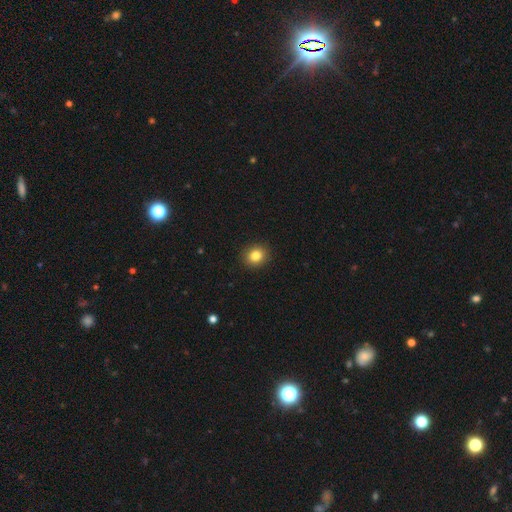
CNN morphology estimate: type=smooth (83%); roundness=round (78%); merging=none (92%).